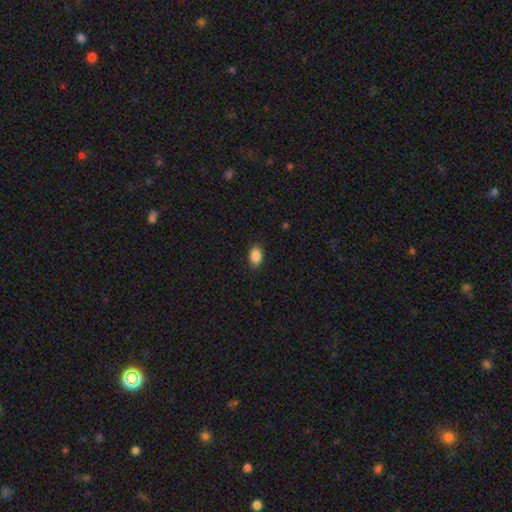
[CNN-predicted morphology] smooth-or-featured: smooth: 89% | star or artifact: 8% | featured or disk: 3%
  how-rounded: in between: 87% | round: 12% | cigar-shaped: 1%
  merging: none: 88% | minor disturbance: 9% | major disturbance: 2% | merger: 1%